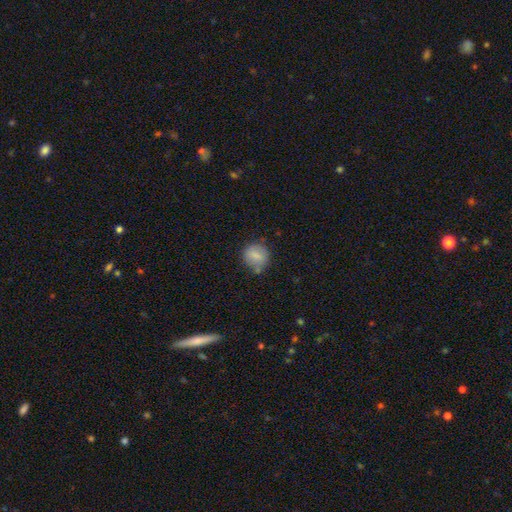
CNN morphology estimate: A smooth galaxy with no disk features (78%) that is round (81%).

Vote fractions:
- Smooth or featured? smooth: 78% / featured or disk: 13% / star or artifact: 8%
- How rounded? round: 81% / in between: 17% / cigar-shaped: 1%
- Merging? none: 68% / minor disturbance: 21% / merger: 6% / major disturbance: 5%